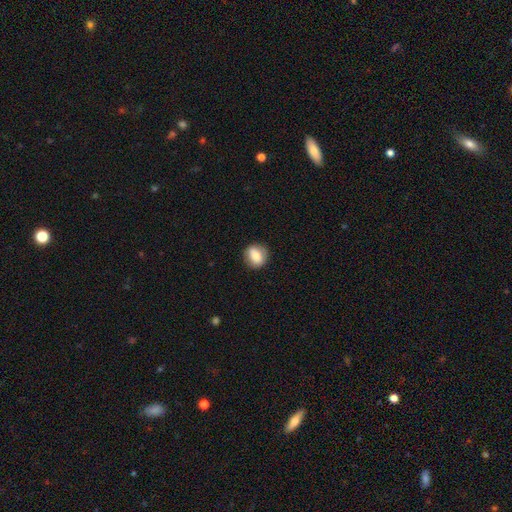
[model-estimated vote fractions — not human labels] A smooth galaxy with no disk features (74%) that is round (65%). Merging: none (83%).